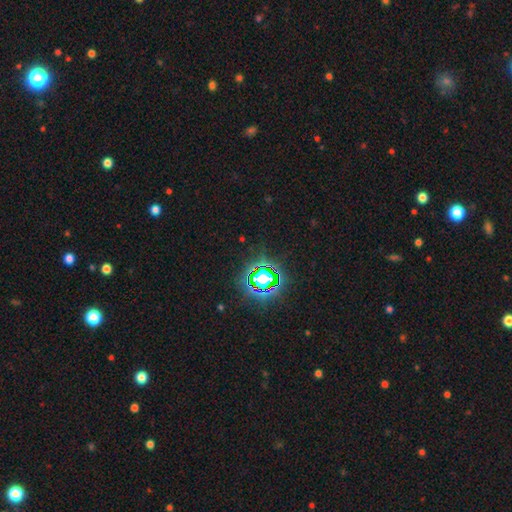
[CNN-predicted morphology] type=star or artifact (84%).